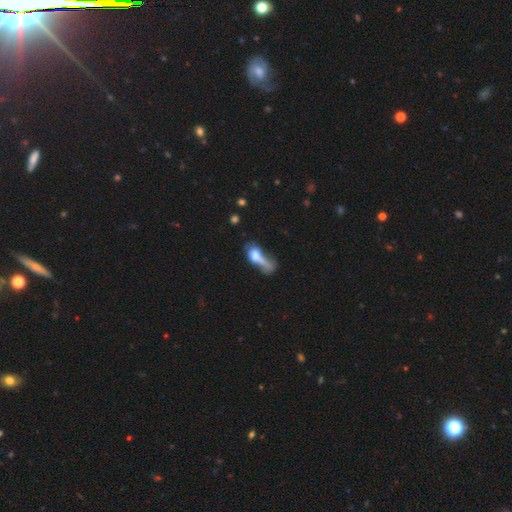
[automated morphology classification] Smooth or featured: smooth — 56% (featured or disk — 32%)
How rounded: in between — 61% (cigar-shaped — 24%)
Merging: major disturbance — 38% (merger — 35%)